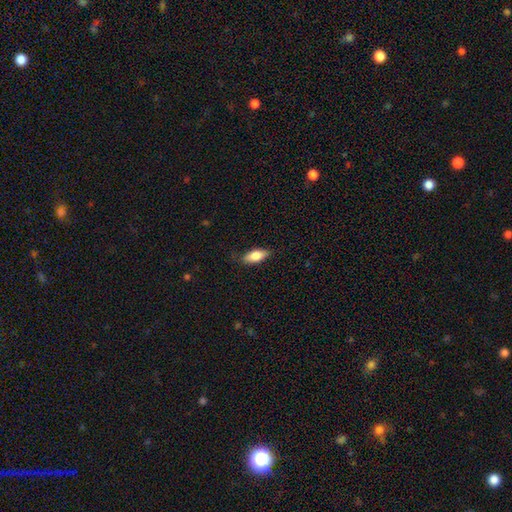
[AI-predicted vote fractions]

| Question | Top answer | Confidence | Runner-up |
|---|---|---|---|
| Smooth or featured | smooth | 79% | featured or disk (15%) |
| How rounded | in between | 80% | cigar-shaped (18%) |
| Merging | none | 81% | minor disturbance (15%) |